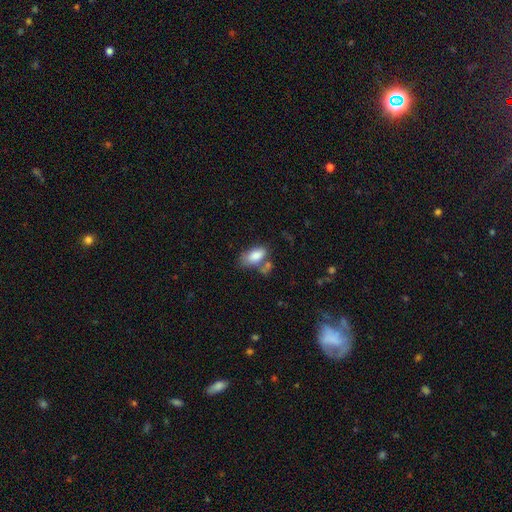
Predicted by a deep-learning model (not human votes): Smooth or featured? smooth (82%)
How rounded? in between (91%)
Merging? none (45%)